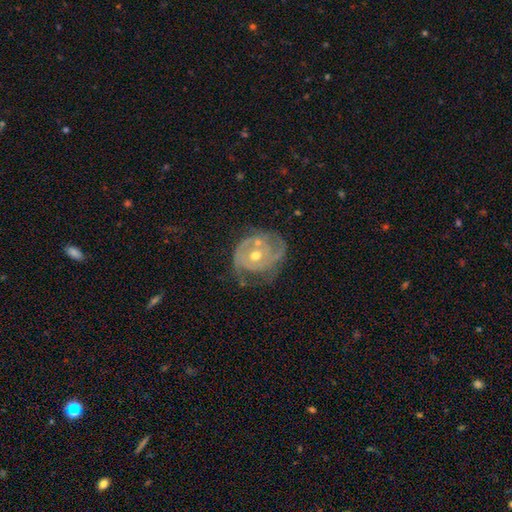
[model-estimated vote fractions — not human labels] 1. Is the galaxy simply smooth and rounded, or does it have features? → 82% featured or disk, 12% smooth, 6% star or artifact.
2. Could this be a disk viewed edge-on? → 97% no, 3% yes.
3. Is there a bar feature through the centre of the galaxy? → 79% no, 17% weak, 5% strong.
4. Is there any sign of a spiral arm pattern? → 83% yes, 17% no.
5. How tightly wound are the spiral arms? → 61% tight, 29% medium, 10% loose.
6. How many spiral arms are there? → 37% 2, 30% can't tell, 16% 3, 9% 1, 4% 4, 4% more than 4.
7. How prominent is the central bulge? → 63% moderate, 33% small, 2% large, 1% none, 1% dominant.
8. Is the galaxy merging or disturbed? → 51% none, 26% minor disturbance, 17% major disturbance, 5% merger.